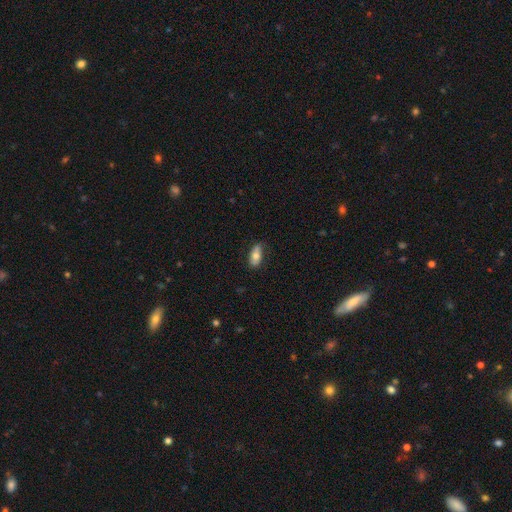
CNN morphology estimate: Q: Smooth or featured?
A: smooth (73%); runner-up: featured or disk (20%)
Q: How rounded?
A: in between (87%); runner-up: cigar-shaped (10%)
Q: Merging?
A: none (75%); runner-up: minor disturbance (20%)